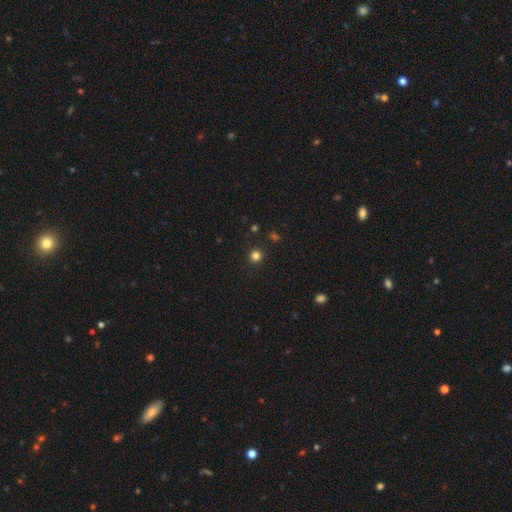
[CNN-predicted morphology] smooth 80%, star or artifact 16%, featured or disk 4%. Down the decision tree: how rounded — round (93%); merging — none (91%).